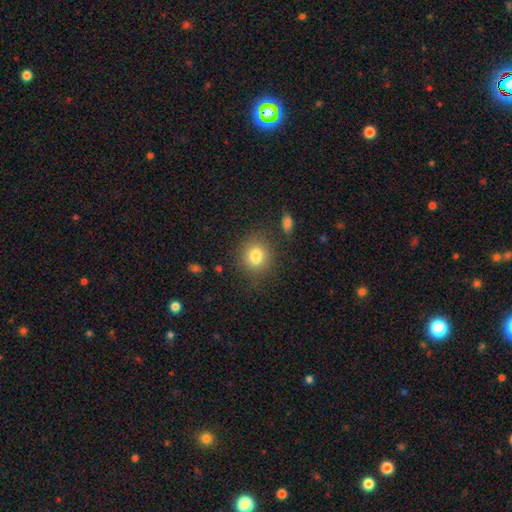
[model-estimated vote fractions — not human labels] The model was most divided on "how rounded": round: 67%, in between: 32%, cigar-shaped: 1%. More confident: smooth or featured — smooth (80%); merging — none (72%).